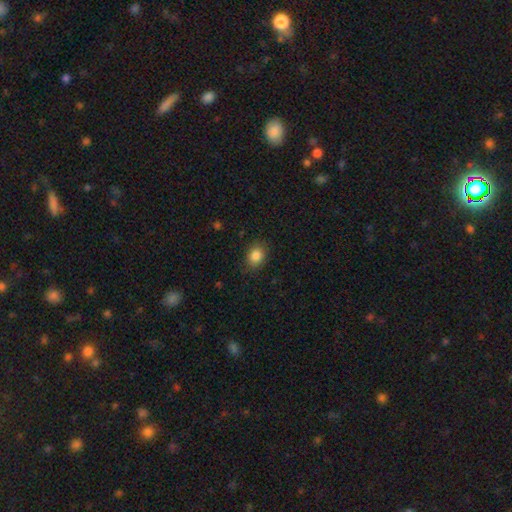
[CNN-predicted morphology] A smooth galaxy with no disk features (86%) that is in between round and cigar-shaped (55%). Merging: none (84%).